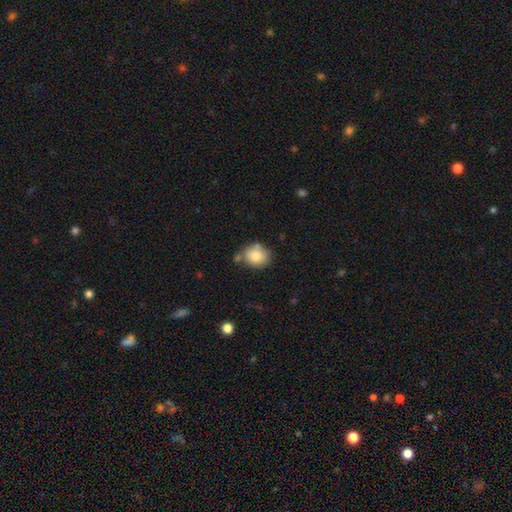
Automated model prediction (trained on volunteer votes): smooth 82%, featured or disk 9%, star or artifact 8%. Down the decision tree: how rounded — round (57%); merging — none (66%).